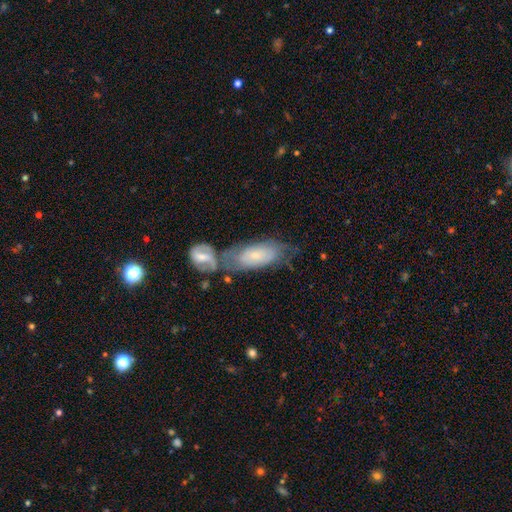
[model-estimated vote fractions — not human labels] The model was most divided on "merging": none: 41%, merger: 33%, minor disturbance: 18%, major disturbance: 8%. More confident: how rounded — in between (82%); smooth or featured — smooth (51%).